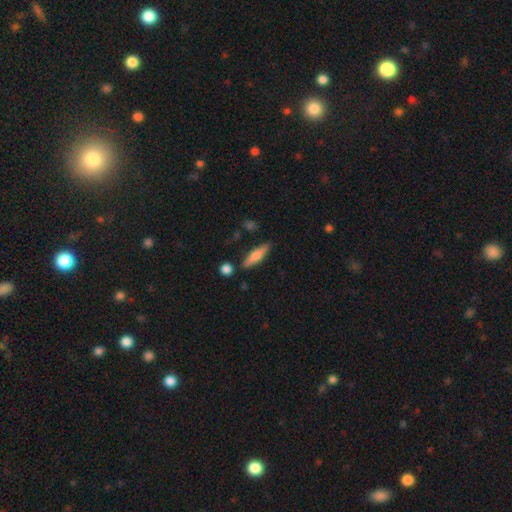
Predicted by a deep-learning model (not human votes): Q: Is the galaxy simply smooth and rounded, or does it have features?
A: smooth — 67%.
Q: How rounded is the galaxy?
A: cigar-shaped — 67%.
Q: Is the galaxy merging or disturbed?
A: none — 82%.